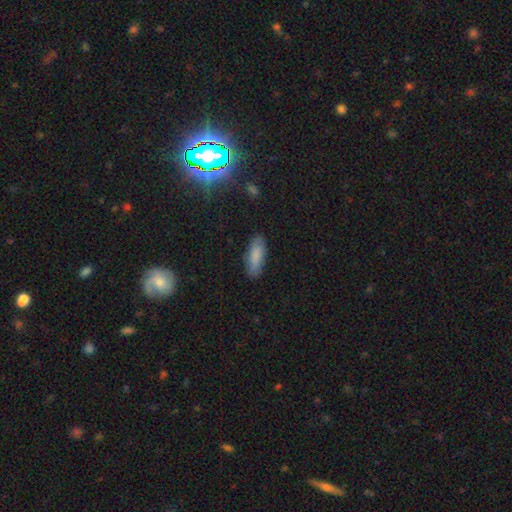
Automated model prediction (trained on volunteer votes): This is clearly a smooth galaxy (81%). How rounded: likely in between (64%). Merging: clearly none (84%).